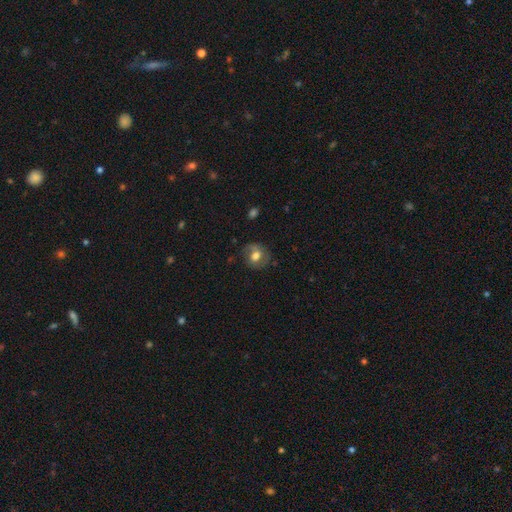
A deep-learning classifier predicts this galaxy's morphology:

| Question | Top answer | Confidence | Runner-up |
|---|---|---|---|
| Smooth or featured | smooth | 54% | featured or disk (38%) |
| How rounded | round | 69% | in between (30%) |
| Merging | none | 68% | minor disturbance (21%) |